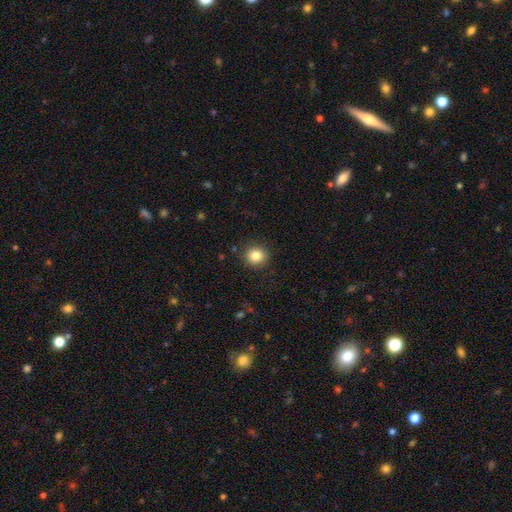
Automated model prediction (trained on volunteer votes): Smooth or featured?
  - smooth: 84% *
  - star or artifact: 11%
  - featured or disk: 5%
How rounded?
  - round: 92% *
  - in between: 7%
  - cigar-shaped: 1%
Merging?
  - none: 90% *
  - minor disturbance: 7%
  - major disturbance: 2%
  - merger: 1%